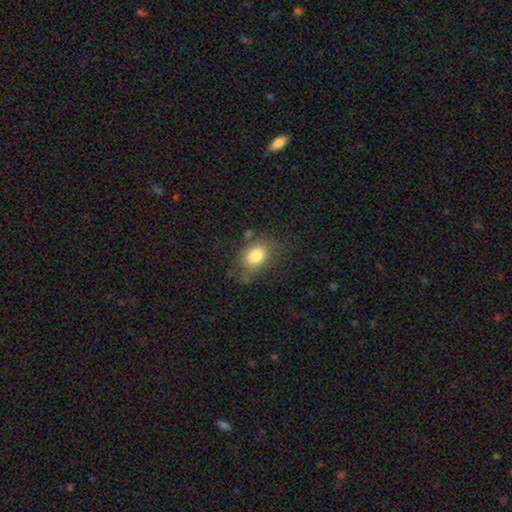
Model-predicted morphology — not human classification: Smooth or featured? smooth (79%)
How rounded? in between (79%)
Merging? none (62%)